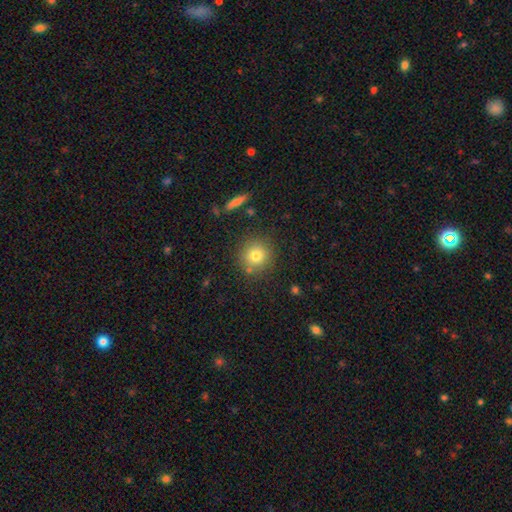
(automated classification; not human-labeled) Smooth or featured?
  - smooth: 78% *
  - star or artifact: 12%
  - featured or disk: 10%
How rounded?
  - round: 92% *
  - in between: 7%
  - cigar-shaped: 1%
Merging?
  - none: 83% *
  - minor disturbance: 9%
  - merger: 5%
  - major disturbance: 3%